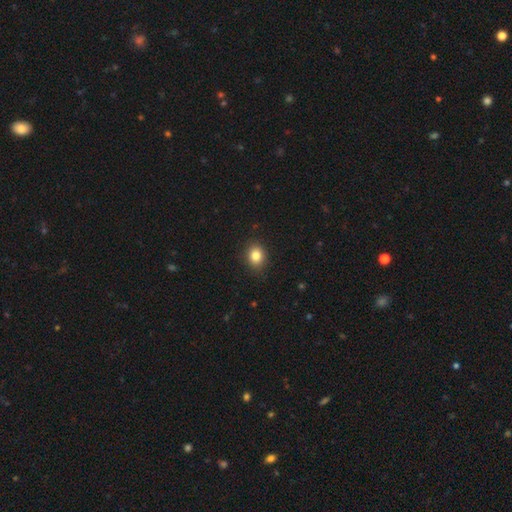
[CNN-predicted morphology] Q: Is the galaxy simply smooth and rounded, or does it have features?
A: smooth — 84%.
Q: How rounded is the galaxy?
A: round — 57%.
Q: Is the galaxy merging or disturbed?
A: none — 88%.